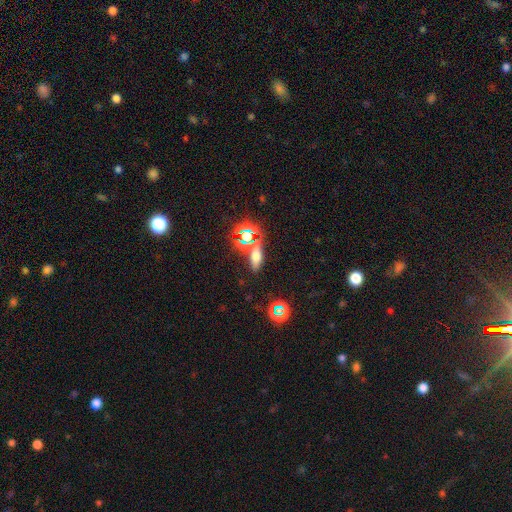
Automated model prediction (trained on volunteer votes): smooth_or_featured: smooth (p=0.55) [alt: star or artifact p=0.32]
how_rounded: in between (p=0.66) [alt: cigar-shaped p=0.22]
merging: none (p=0.67) [alt: merger p=0.16]